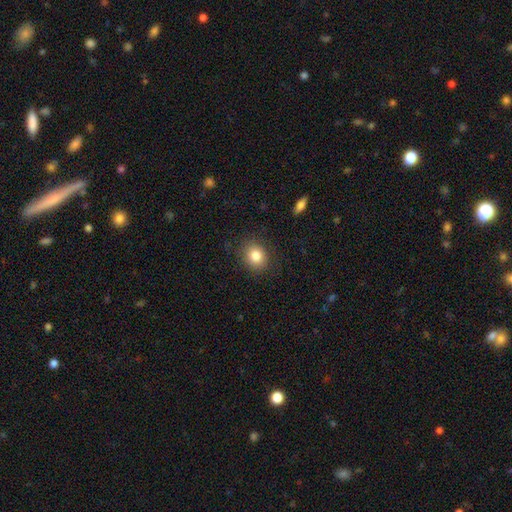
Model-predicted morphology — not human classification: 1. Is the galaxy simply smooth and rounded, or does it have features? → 83% smooth, 10% star or artifact, 7% featured or disk.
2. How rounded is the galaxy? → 67% round, 32% in between, 1% cigar-shaped.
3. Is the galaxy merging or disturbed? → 86% none, 9% minor disturbance, 3% major disturbance, 1% merger.